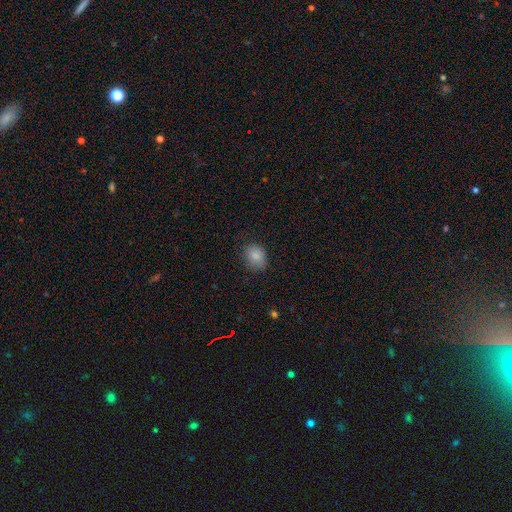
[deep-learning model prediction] The model was most divided on "how rounded": round: 56%, in between: 43%, cigar-shaped: 1%. More confident: smooth or featured — smooth (85%); merging — none (74%).